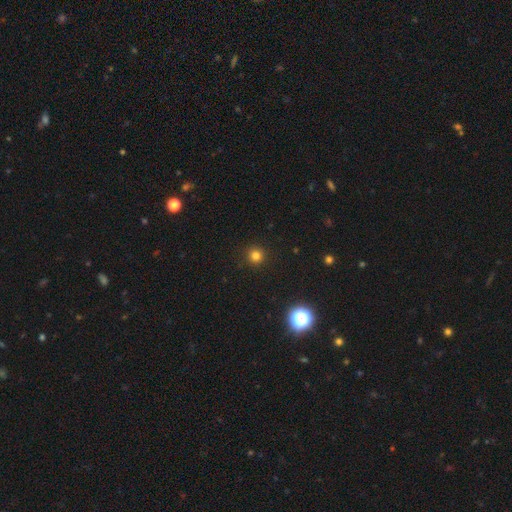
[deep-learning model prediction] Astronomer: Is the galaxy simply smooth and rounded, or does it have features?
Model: smooth — 79%.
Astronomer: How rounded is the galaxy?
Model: round — 95%.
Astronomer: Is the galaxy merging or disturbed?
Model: none — 92%.